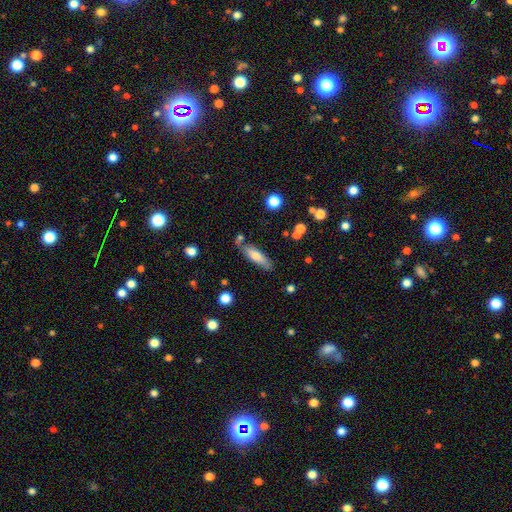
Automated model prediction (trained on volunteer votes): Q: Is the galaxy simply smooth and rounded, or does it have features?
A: smooth — 67%.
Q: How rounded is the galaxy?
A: cigar-shaped — 59%.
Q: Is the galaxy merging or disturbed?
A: none — 71%.